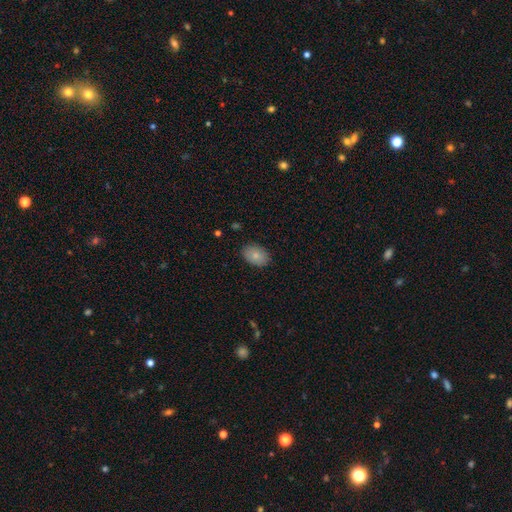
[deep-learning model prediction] Smooth or featured? smooth (82%)
How rounded? in between (86%)
Merging? none (86%)